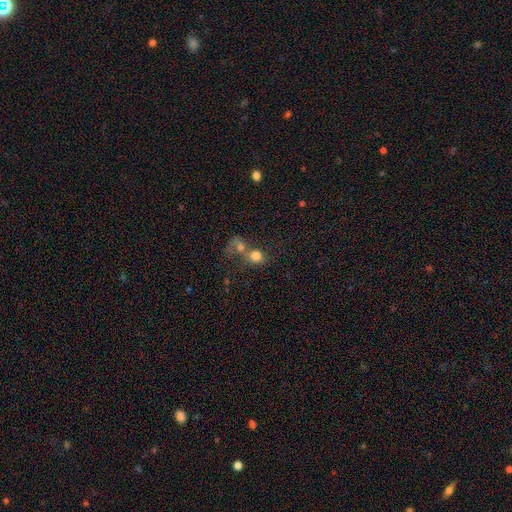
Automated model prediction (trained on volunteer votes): Morphology: type=smooth (74%); roundness=round (68%); merging=merger (68%).